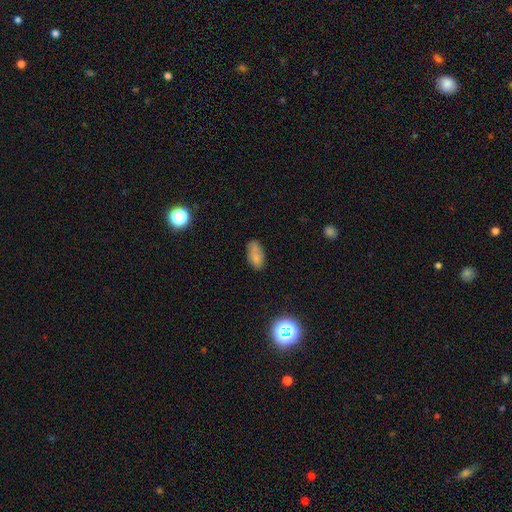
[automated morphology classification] smooth 78%, star or artifact 12%, featured or disk 10%. Down the decision tree: how rounded — in between (92%); merging — none (69%).